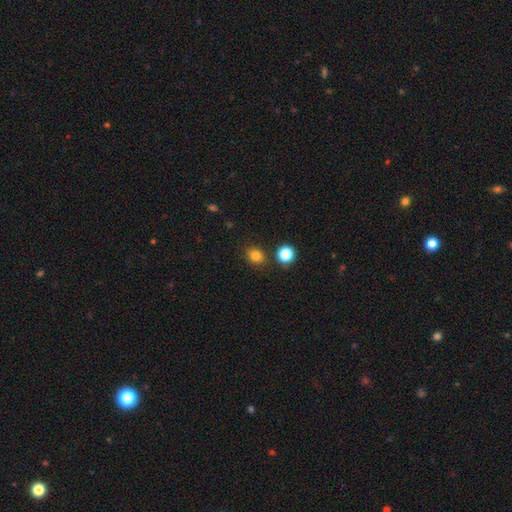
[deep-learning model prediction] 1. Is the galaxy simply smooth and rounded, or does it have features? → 81% smooth, 14% star or artifact, 5% featured or disk.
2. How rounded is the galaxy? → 67% round, 32% in between, 1% cigar-shaped.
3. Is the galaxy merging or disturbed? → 83% none, 9% minor disturbance, 5% merger, 3% major disturbance.